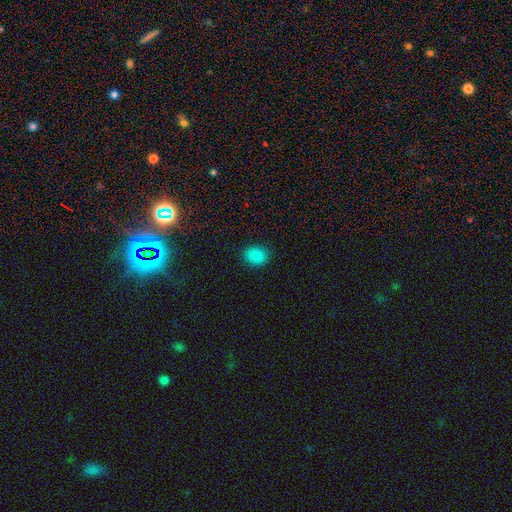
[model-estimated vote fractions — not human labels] The model was most divided on "how rounded": in between: 55%, round: 44%, cigar-shaped: 1%. More confident: merging — none (88%); smooth or featured — smooth (86%).